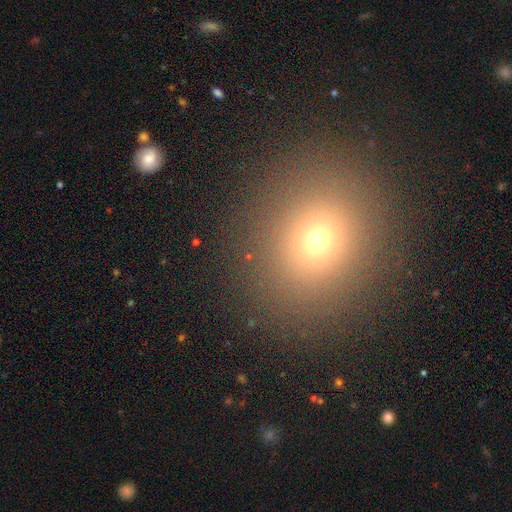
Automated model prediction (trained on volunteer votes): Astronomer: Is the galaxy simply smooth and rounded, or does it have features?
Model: smooth — 66%.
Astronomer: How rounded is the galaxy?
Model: round — 78%.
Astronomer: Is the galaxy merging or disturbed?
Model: none — 89%.